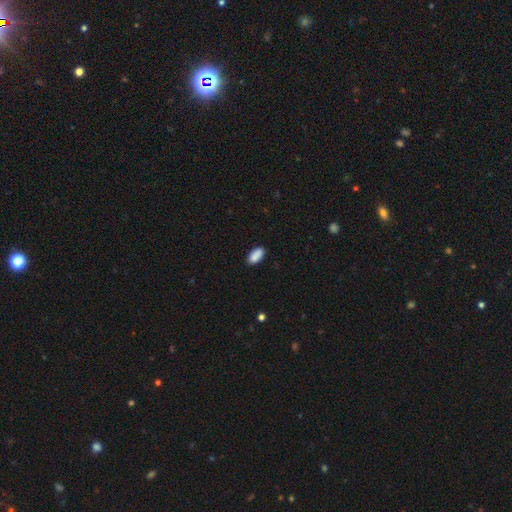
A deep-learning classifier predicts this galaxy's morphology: Smooth or featured?
  - smooth: 90% *
  - star or artifact: 7%
  - featured or disk: 4%
How rounded?
  - in between: 91% *
  - cigar-shaped: 6%
  - round: 2%
Merging?
  - none: 85% *
  - minor disturbance: 11%
  - major disturbance: 2%
  - merger: 1%